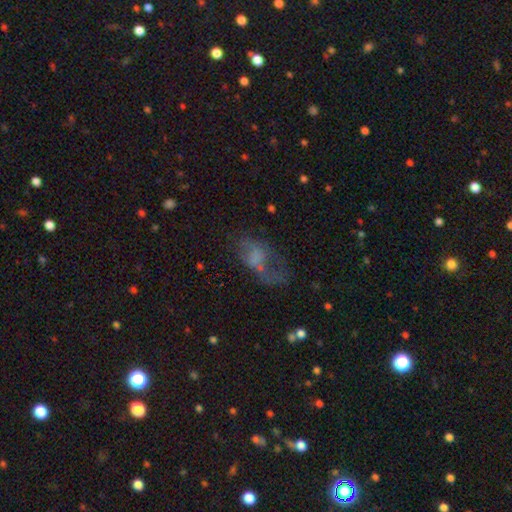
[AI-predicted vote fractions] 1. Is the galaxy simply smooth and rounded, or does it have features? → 43% smooth, 42% featured or disk, 15% star or artifact.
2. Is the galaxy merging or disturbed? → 46% major disturbance, 29% none, 19% minor disturbance, 7% merger.